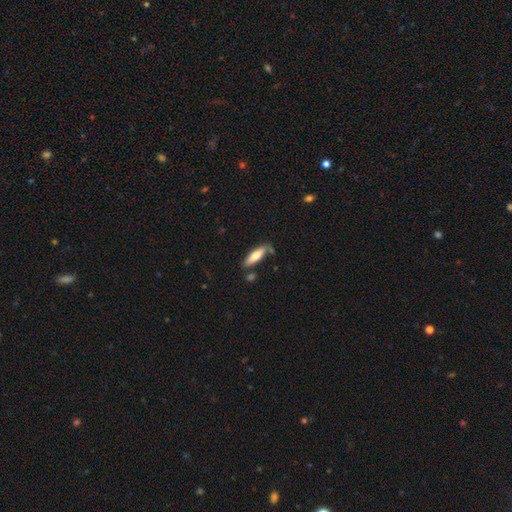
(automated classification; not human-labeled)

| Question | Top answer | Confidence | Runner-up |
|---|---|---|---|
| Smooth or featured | smooth | 70% | featured or disk (24%) |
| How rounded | cigar-shaped | 60% | in between (39%) |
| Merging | none | 72% | minor disturbance (18%) |